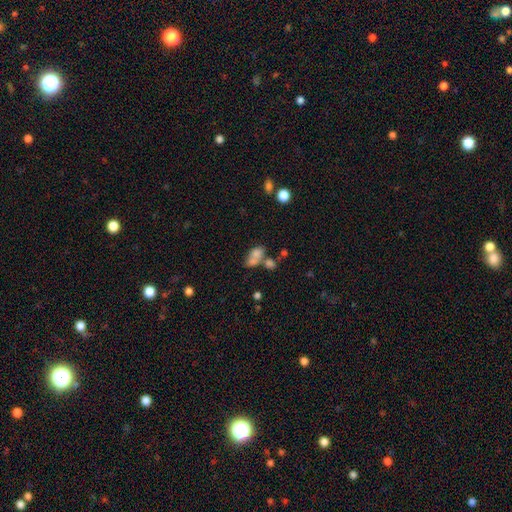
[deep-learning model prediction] Smooth or featured? Predicted: smooth (p=0.69). How rounded? Predicted: in between (p=0.76). Merging? Predicted: merger (p=0.56).